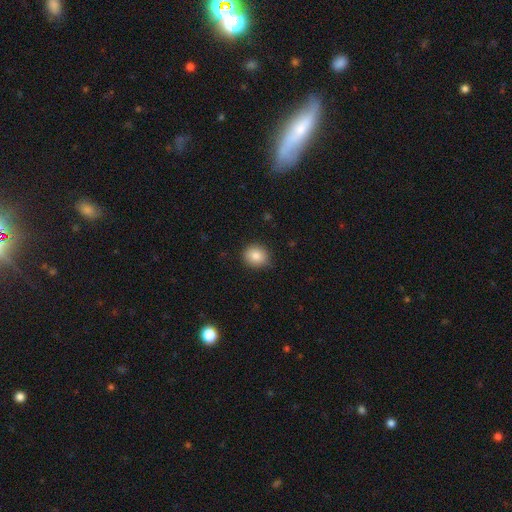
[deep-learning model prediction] smooth 85%, star or artifact 9%, featured or disk 6%. Down the decision tree: how rounded — round (76%); merging — none (84%).